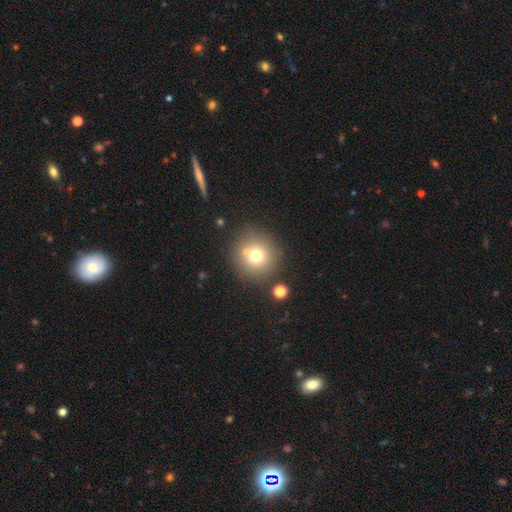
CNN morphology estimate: Smooth or featured?
  - smooth: 72% *
  - star or artifact: 14%
  - featured or disk: 14%
How rounded?
  - round: 93% *
  - in between: 6%
  - cigar-shaped: 1%
Merging?
  - none: 79% *
  - minor disturbance: 9%
  - merger: 8%
  - major disturbance: 4%